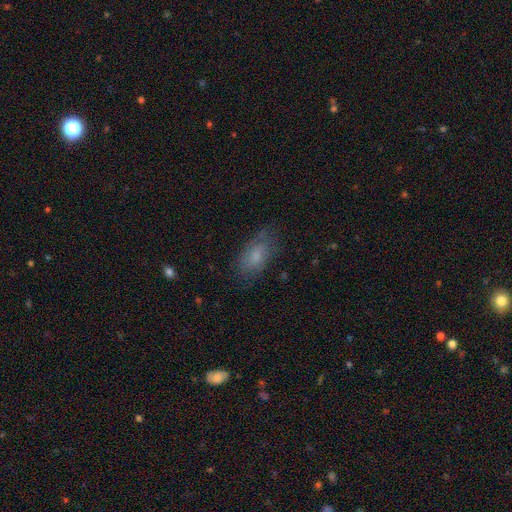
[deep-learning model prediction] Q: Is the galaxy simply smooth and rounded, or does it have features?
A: smooth — 68%.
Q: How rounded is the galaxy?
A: in between — 90%.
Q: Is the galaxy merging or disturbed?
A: none — 67%.